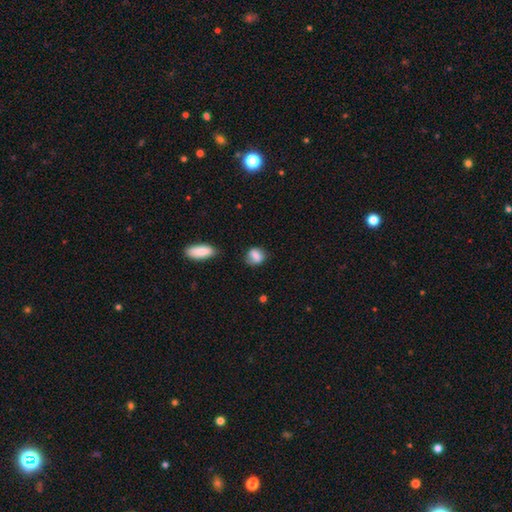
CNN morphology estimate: Smooth or featured: smooth — 80% (featured or disk — 12%)
How rounded: in between — 50% (round — 47%)
Merging: none — 67% (minor disturbance — 23%)